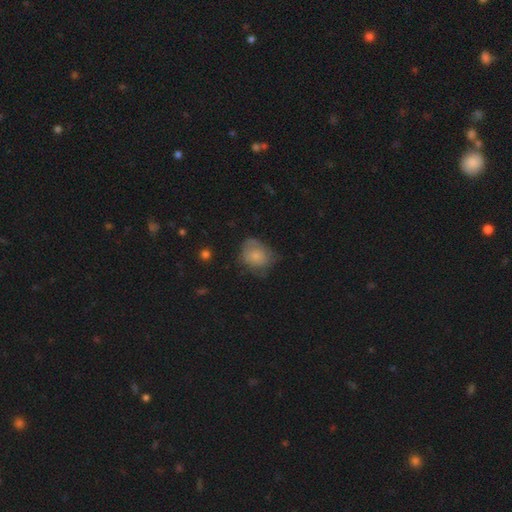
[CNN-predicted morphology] smooth_or_featured: smooth (p=0.68) [alt: featured or disk p=0.23]
how_rounded: round (p=0.54) [alt: in between p=0.45]
merging: none (p=0.45) [alt: minor disturbance p=0.35]